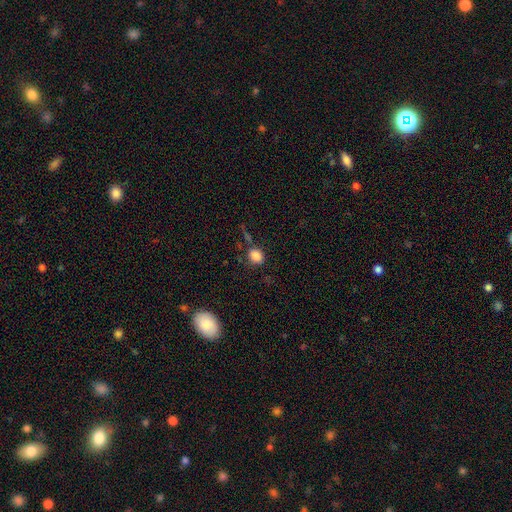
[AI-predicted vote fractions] Q: Smooth or featured?
A: smooth (85%); runner-up: star or artifact (11%)
Q: How rounded?
A: round (55%); runner-up: in between (44%)
Q: Merging?
A: none (70%); runner-up: minor disturbance (16%)